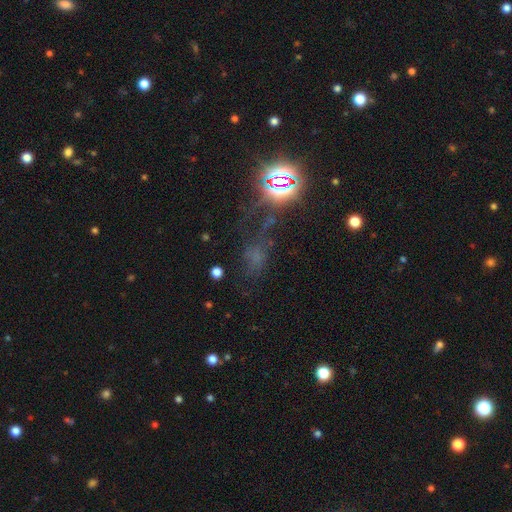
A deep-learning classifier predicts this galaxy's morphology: This is possibly a star or artifact rather than a galaxy (54%).